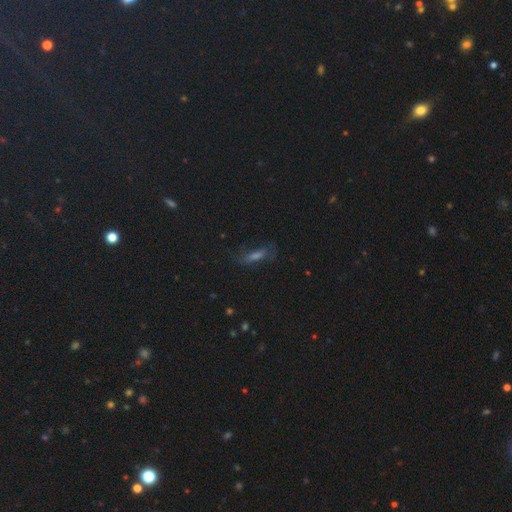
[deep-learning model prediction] Overall: smooth (40%; featured or disk 33%). Merging: none (68%).